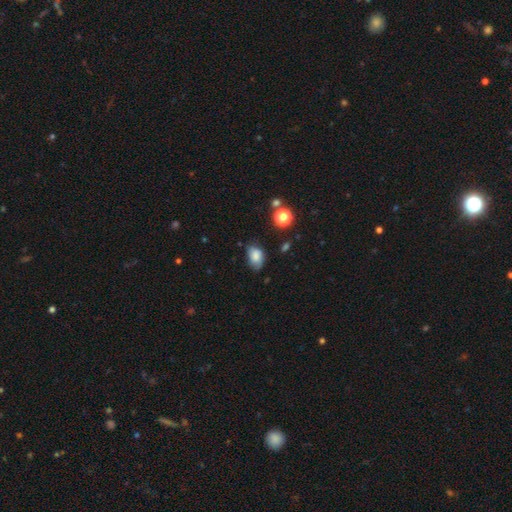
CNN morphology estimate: The model was most divided on "merging": none: 56%, minor disturbance: 33%, major disturbance: 8%, merger: 3%. More confident: how rounded — in between (83%); smooth or featured — smooth (79%).